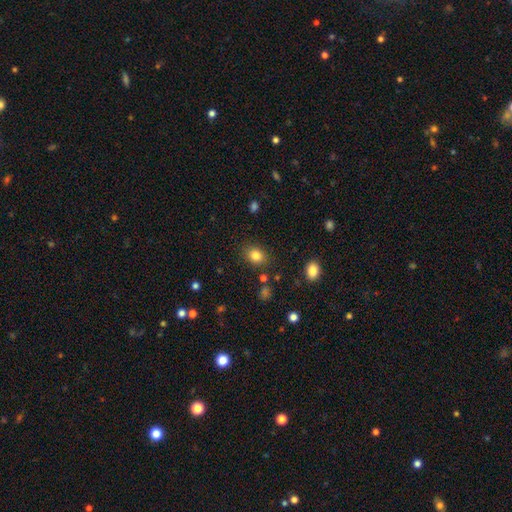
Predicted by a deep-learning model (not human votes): Smooth or featured: smooth — 83% (star or artifact — 11%)
How rounded: in between — 56% (round — 43%)
Merging: none — 83% (minor disturbance — 10%)